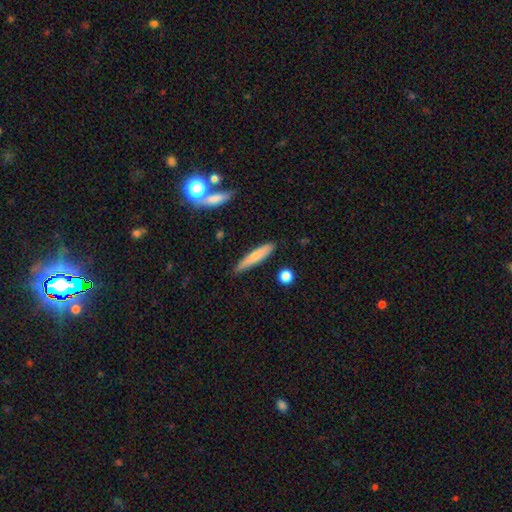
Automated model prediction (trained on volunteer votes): Overall: smooth (72%). How rounded: cigar-shaped (87%). Merging: none (85%).